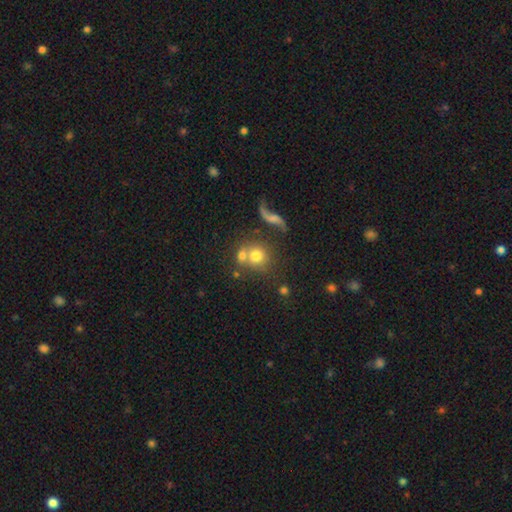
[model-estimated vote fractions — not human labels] A smooth galaxy with no disk features (67%) that is round (83%).

Vote fractions:
- Smooth or featured? smooth: 67% / featured or disk: 21% / star or artifact: 11%
- How rounded? round: 83% / in between: 15% / cigar-shaped: 2%
- Merging? none: 48% / merger: 35% / minor disturbance: 10% / major disturbance: 7%